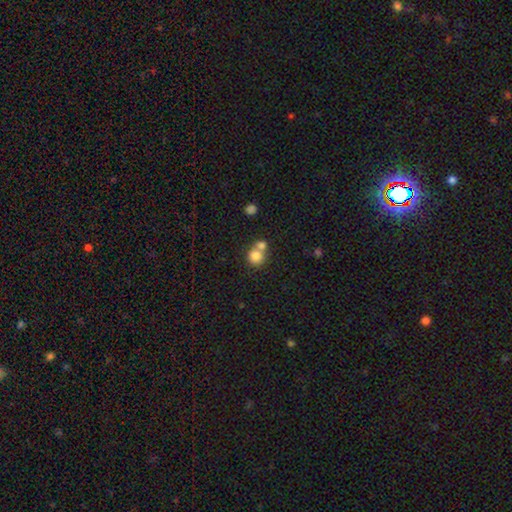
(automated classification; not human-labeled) Smooth or featured? Predicted: smooth (p=0.81). How rounded? Predicted: round (p=0.87). Merging? Predicted: merger (p=0.47).